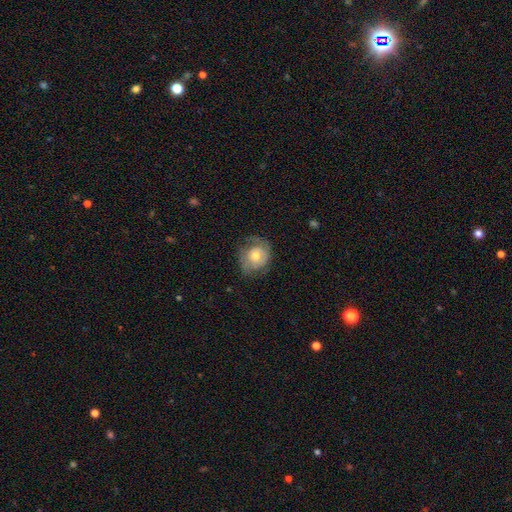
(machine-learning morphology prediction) Smooth or featured: smooth — 53% (featured or disk — 40%)
How rounded: round — 74% (in between — 25%)
Merging: none — 57% (minor disturbance — 26%)